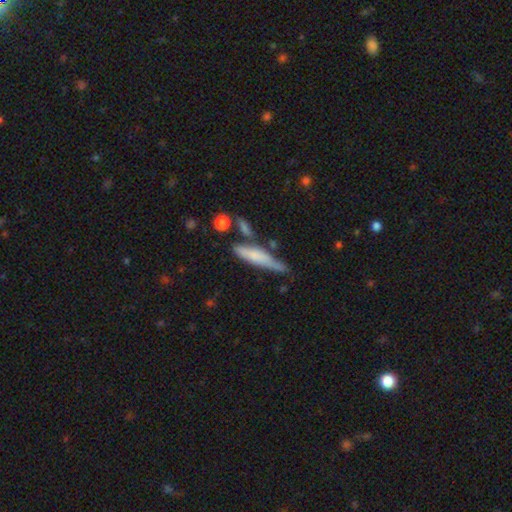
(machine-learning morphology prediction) A smooth galaxy with no disk features (59%) that is cigar-shaped (81%).

Vote fractions:
- Smooth or featured? smooth: 59% / featured or disk: 34% / star or artifact: 7%
- How rounded? cigar-shaped: 81% / in between: 17% / round: 2%
- Merging? none: 55% / minor disturbance: 25% / merger: 12% / major disturbance: 8%